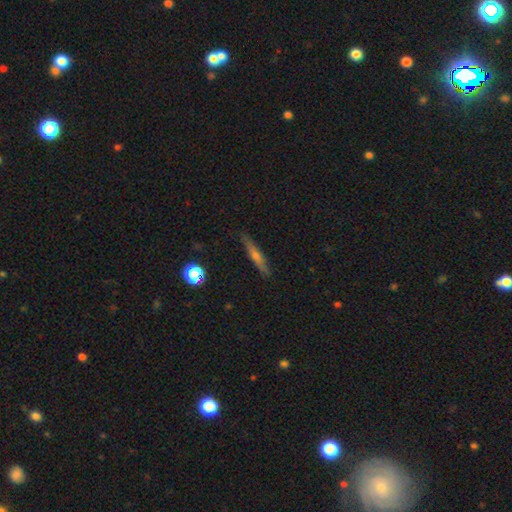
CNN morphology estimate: Q: Smooth or featured?
A: featured or disk (49%); runner-up: smooth (43%)
Q: Merging?
A: none (88%); runner-up: minor disturbance (9%)